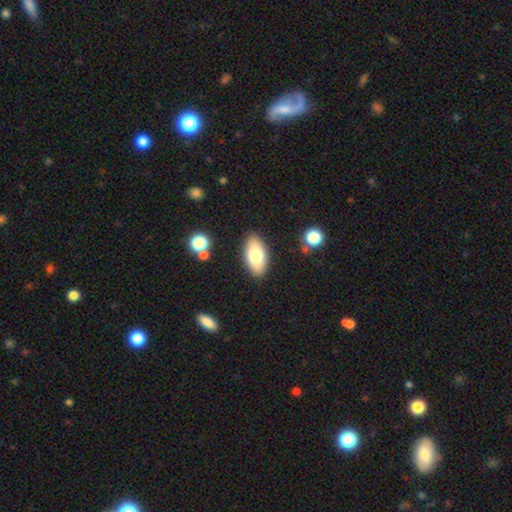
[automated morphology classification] This is likely a smooth galaxy (75%). How rounded: clearly in between (91%). Merging: clearly none (86%).